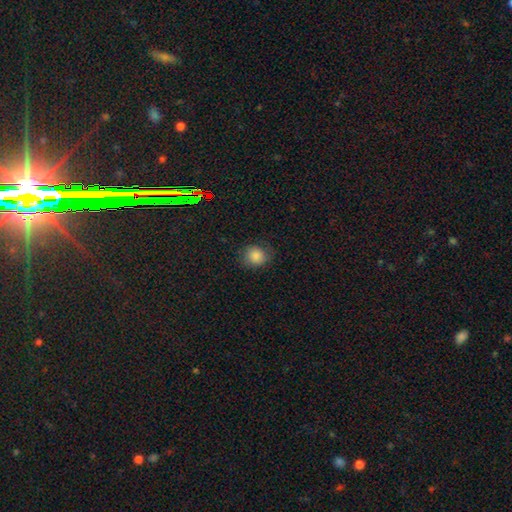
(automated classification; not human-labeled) Morphology: type=smooth (82%); roundness=round (78%); merging=none (75%).